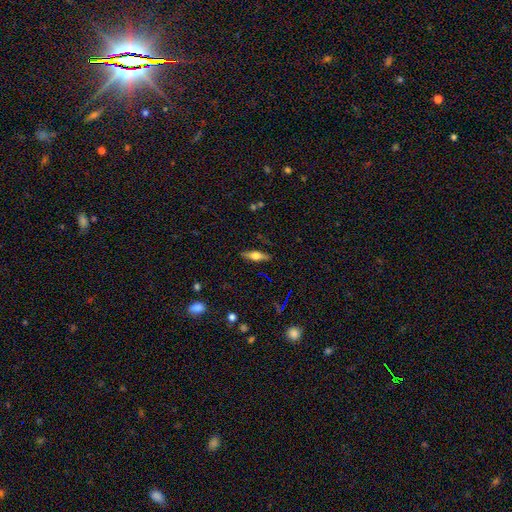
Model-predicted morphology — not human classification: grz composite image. It shows a featured or disk galaxy (56%) viewed edge-on (93%) with a rounded central bulge (91%). Merging: none (87%).